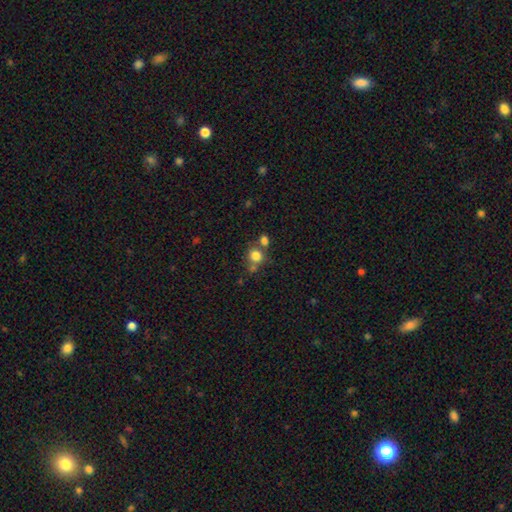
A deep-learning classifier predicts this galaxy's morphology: type=smooth (79%); roundness=round (81%); merging=none (54%).